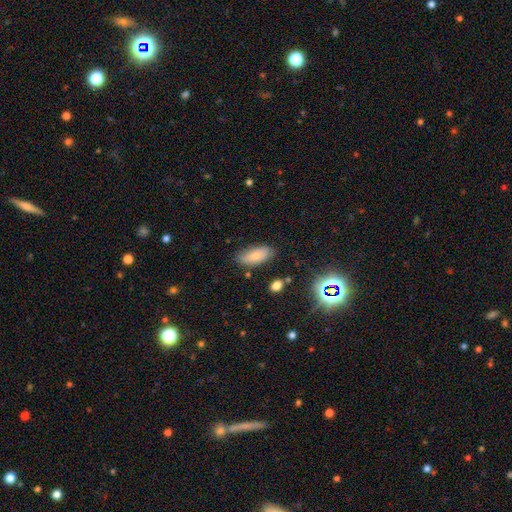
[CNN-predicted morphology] A smooth galaxy with no disk features (77%) that is in between round and cigar-shaped (87%). Merging: none (79%).